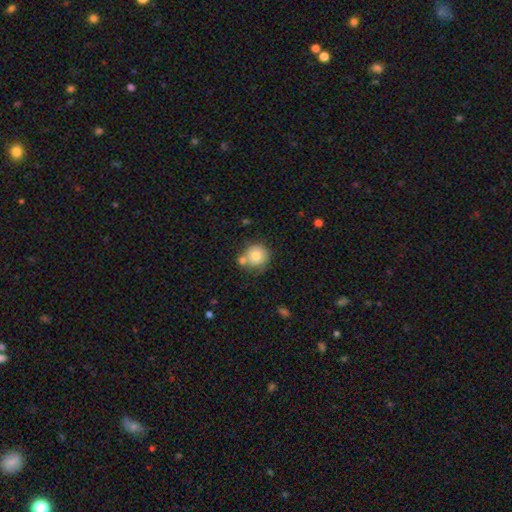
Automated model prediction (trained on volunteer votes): smooth 77%, featured or disk 14%, star or artifact 9%. Down the decision tree: how rounded — round (90%); merging — none (57%).